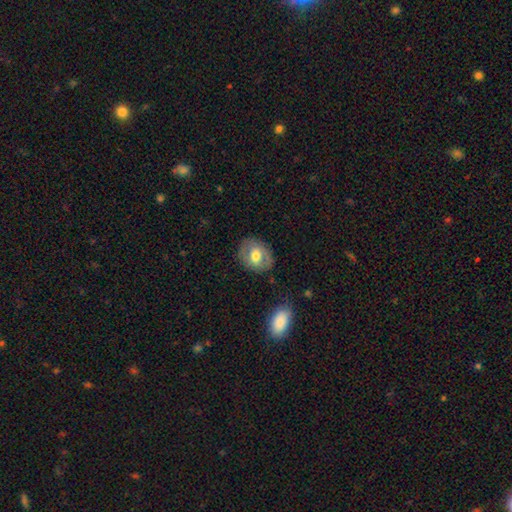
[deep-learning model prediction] This appears to be a smooth galaxy with no disk features (57%) that is round (50%). Merging: none (78%).